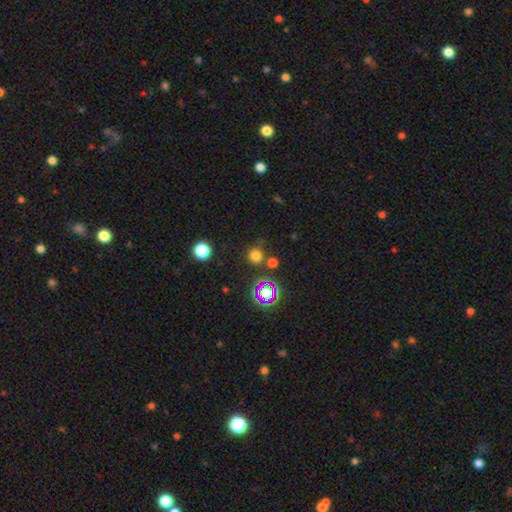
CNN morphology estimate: Overall: smooth (68%). How rounded: round (93%). Merging: none (78%).